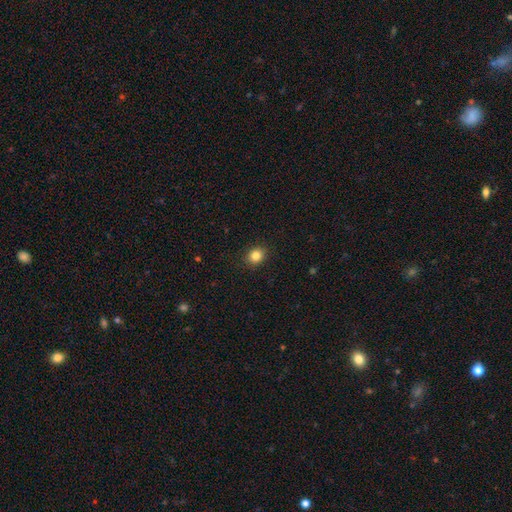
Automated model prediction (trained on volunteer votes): Smooth or featured? Predicted: smooth (p=0.84). How rounded? Predicted: round (p=0.70). Merging? Predicted: none (p=0.90).